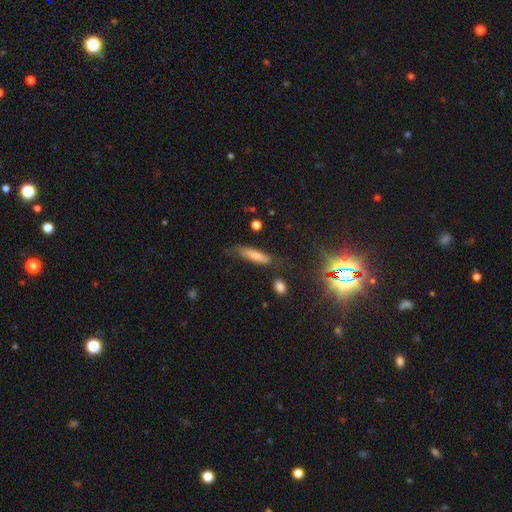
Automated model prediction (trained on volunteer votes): Morphology: type=smooth (75%); roundness=cigar-shaped (72%); merging=none (60%).